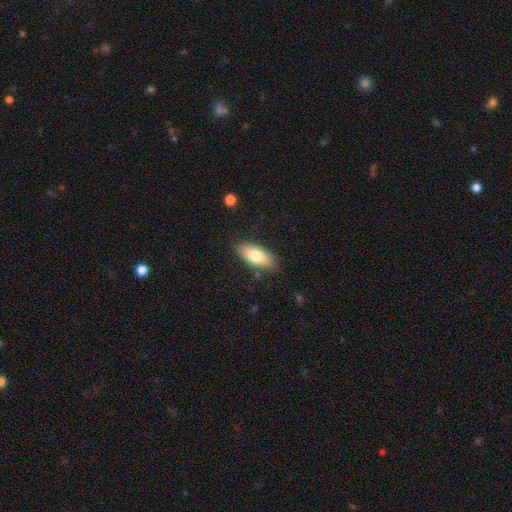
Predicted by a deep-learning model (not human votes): smooth_or_featured: smooth (p=0.77) [alt: featured or disk p=0.17]
how_rounded: in between (p=0.83) [alt: cigar-shaped p=0.15]
merging: none (p=0.82) [alt: minor disturbance p=0.13]